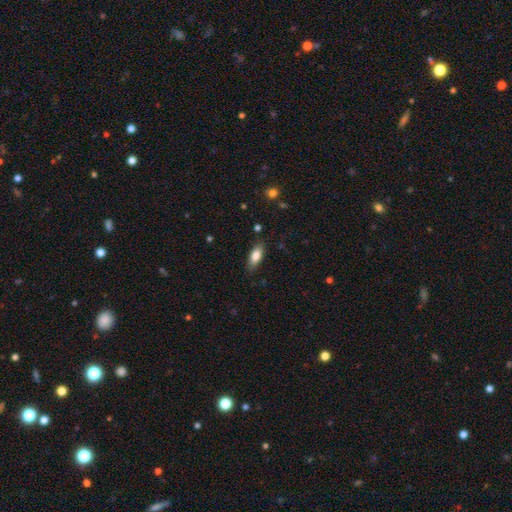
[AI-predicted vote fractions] Smooth or featured? smooth (80%)
How rounded? in between (74%)
Merging? none (82%)